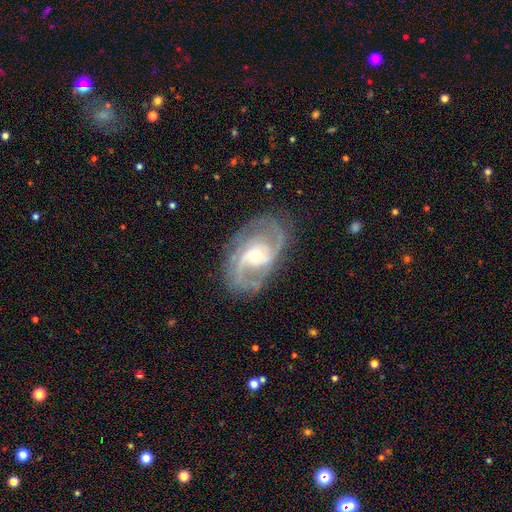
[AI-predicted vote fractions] smooth_or_featured: featured or disk (p=0.90) [alt: smooth p=0.05]
disk_edge_on: no (p=0.97) [alt: yes p=0.03]
bar: no (p=0.51) [alt: weak p=0.36]
has_spiral_arms: yes (p=0.97) [alt: no p=0.03]
spiral_winding: medium (p=0.53) [alt: tight p=0.27]
spiral_arm_count: 2 (p=0.75) [alt: 3 p=0.10]
bulge_size: small (p=0.57) [alt: moderate p=0.39]
merging: none (p=0.77) [alt: minor disturbance p=0.14]